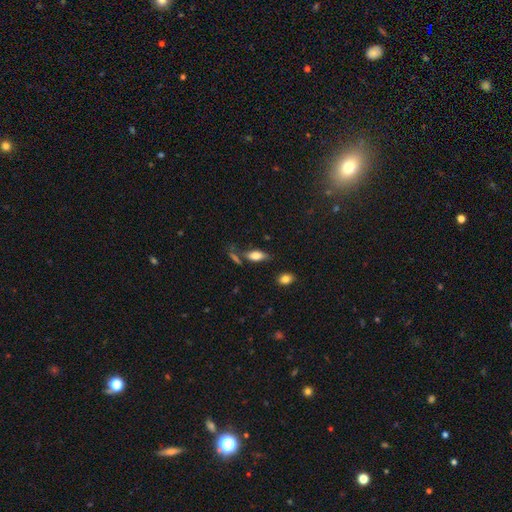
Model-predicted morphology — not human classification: smooth-or-featured: smooth: 70% | featured or disk: 21% | star or artifact: 9%
  how-rounded: in between: 81% | cigar-shaped: 15% | round: 4%
  merging: none: 65% | minor disturbance: 18% | merger: 10% | major disturbance: 7%